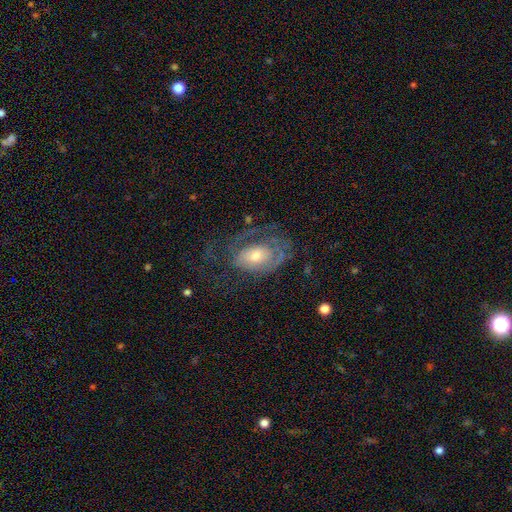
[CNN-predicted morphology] A featured or disk galaxy (67%) with no bar (73%), spiral arms (69%) and a moderate central bulge (55%).

Vote fractions:
- Smooth or featured? featured or disk: 67% / smooth: 25% / star or artifact: 8%
- Edge-on disk? no: 95% / yes: 5%
- Bar? no: 73% / weak: 22% / strong: 5%
- Spiral arms? yes: 69% / no: 31%
- Bulge size? moderate: 55% / small: 32% / large: 10% / none: 2% / dominant: 2%
- Merging? none: 41% / major disturbance: 37% / minor disturbance: 20% / merger: 2%